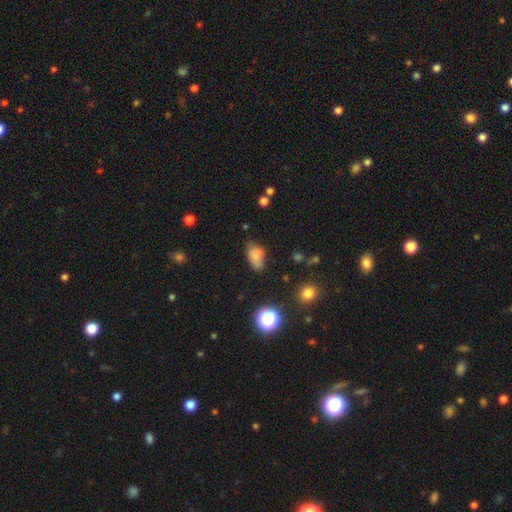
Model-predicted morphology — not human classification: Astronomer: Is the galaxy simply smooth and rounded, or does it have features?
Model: smooth — 77%.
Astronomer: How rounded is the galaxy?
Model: in between — 88%.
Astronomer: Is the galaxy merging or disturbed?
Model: none — 60%.